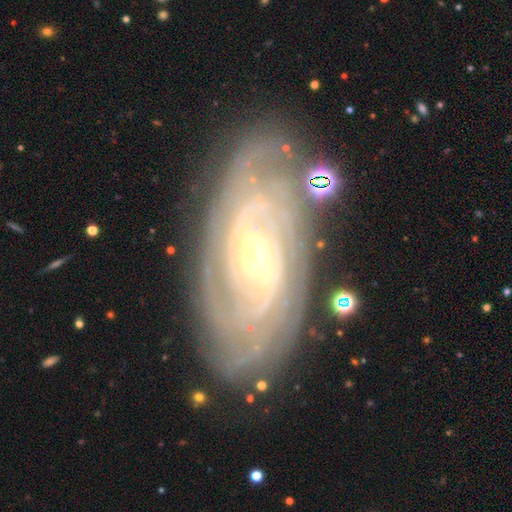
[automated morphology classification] Q: Smooth or featured?
A: featured or disk (88%); runner-up: smooth (7%)
Q: Edge-on disk?
A: no (93%); runner-up: yes (7%)
Q: Bar?
A: no (42%); runner-up: weak (39%)
Q: Spiral arms?
A: yes (97%); runner-up: no (3%)
Q: Spiral winding?
A: tight (78%); runner-up: medium (18%)
Q: Spiral arm count?
A: can't tell (34%); runner-up: 2 (18%)
Q: Bulge size?
A: small (64%); runner-up: moderate (32%)
Q: Merging?
A: none (79%); runner-up: minor disturbance (14%)